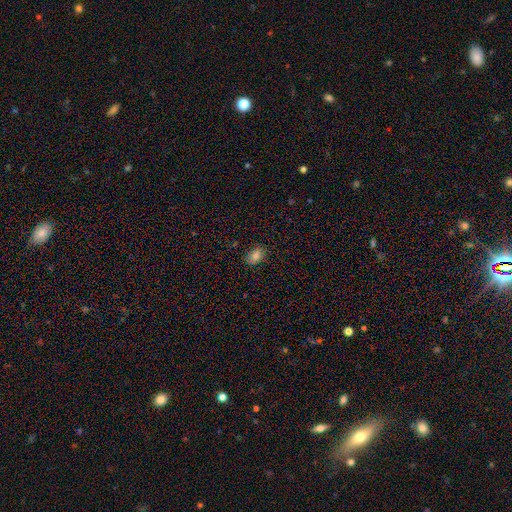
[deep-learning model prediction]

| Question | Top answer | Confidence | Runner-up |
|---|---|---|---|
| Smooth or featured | smooth | 80% | star or artifact (10%) |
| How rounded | in between | 83% | round (16%) |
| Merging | none | 85% | minor disturbance (12%) |